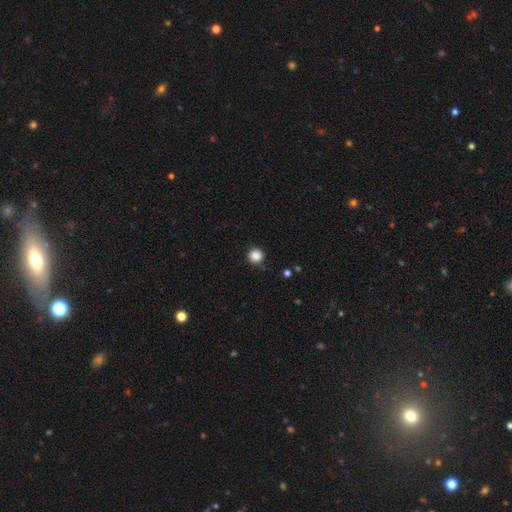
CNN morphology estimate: Smooth or featured? Predicted: smooth (p=0.87). How rounded? Predicted: round (p=0.94). Merging? Predicted: none (p=0.87).